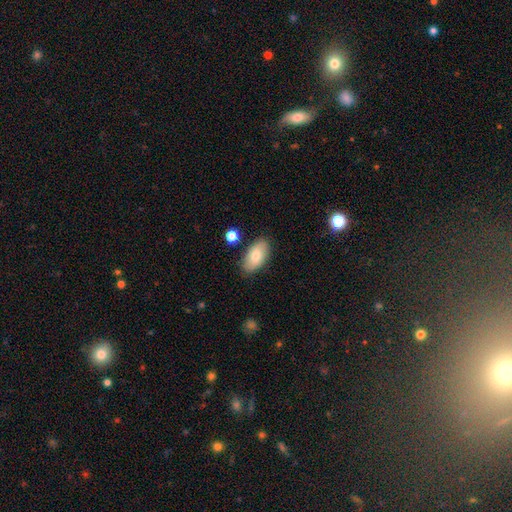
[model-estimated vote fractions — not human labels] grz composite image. It shows a smooth galaxy with no disk features (76%) that is in between round and cigar-shaped (93%). Merging: none (82%).